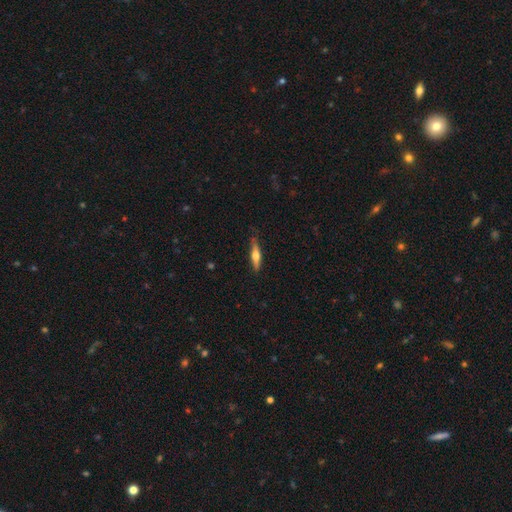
smooth 49%, featured or disk 46%, star or artifact 5%. Down the decision tree: how rounded — cigar-shaped (83%); merging — none (83%).